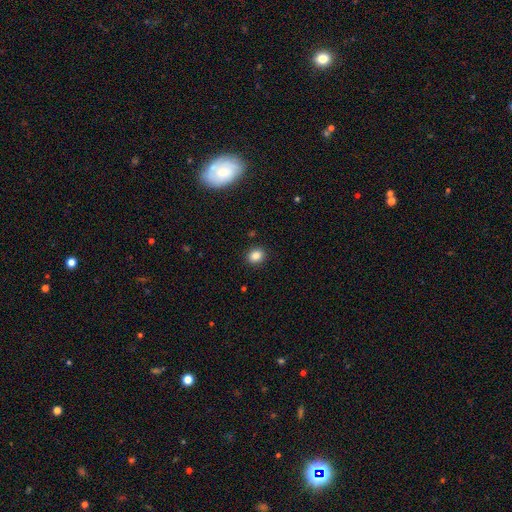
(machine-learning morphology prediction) Smooth or featured: smooth — 85% (star or artifact — 11%)
How rounded: round — 66% (in between — 33%)
Merging: none — 90% (minor disturbance — 7%)